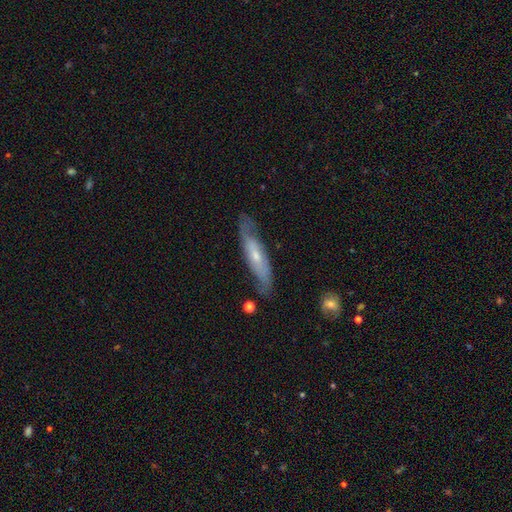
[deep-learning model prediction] smooth_or_featured: featured or disk (p=0.60) [alt: smooth p=0.33]
disk_edge_on: no (p=0.55) [alt: yes p=0.45]
merging: none (p=0.74) [alt: minor disturbance p=0.19]